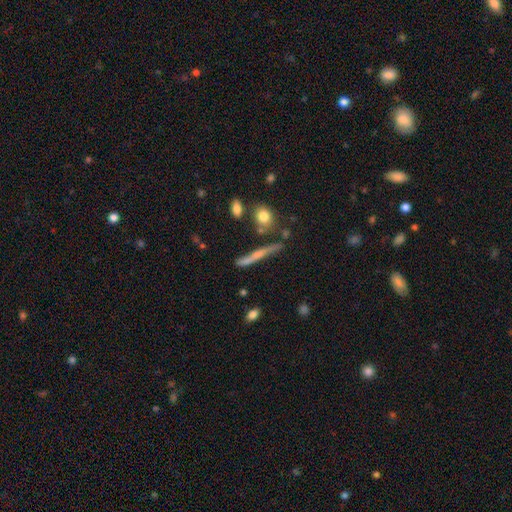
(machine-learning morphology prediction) A featured or disk galaxy (52%) viewed edge-on (90%).

Vote fractions:
- Smooth or featured? featured or disk: 52% / smooth: 38% / star or artifact: 10%
- Edge-on disk? yes: 90% / no: 10%
- Merging? none: 70% / minor disturbance: 19% / merger: 6% / major disturbance: 5%